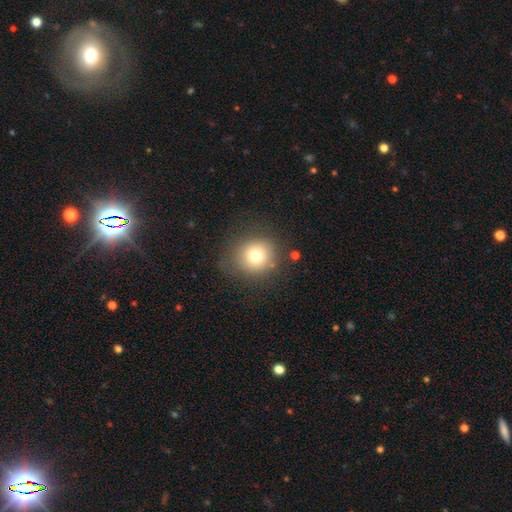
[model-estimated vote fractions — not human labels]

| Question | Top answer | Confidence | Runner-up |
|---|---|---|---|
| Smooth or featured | smooth | 74% | star or artifact (13%) |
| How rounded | round | 90% | in between (9%) |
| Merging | none | 79% | minor disturbance (13%) |